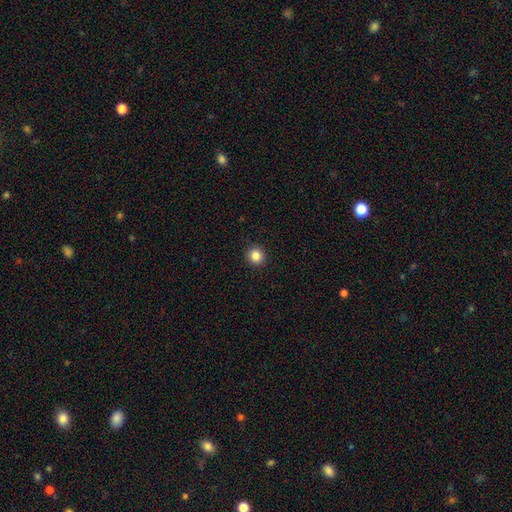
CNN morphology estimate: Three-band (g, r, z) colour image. It shows a smooth galaxy with no disk features (85%) that is round (92%). Merging: none (93%).